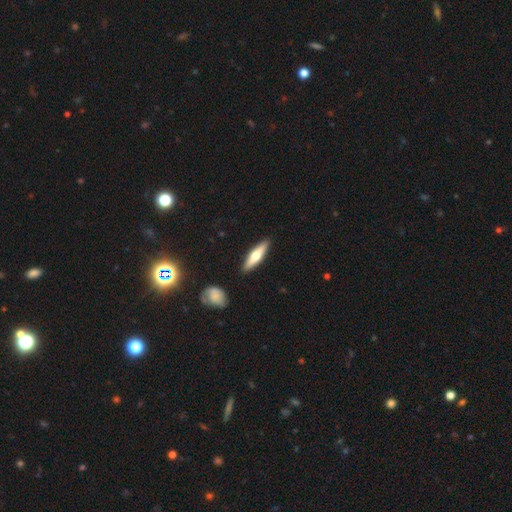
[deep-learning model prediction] Overall: smooth (50%; featured or disk 44%). How rounded: cigar-shaped (72%). Merging: none (89%).